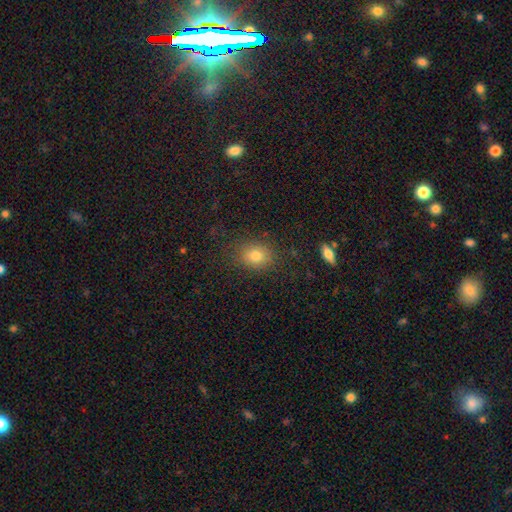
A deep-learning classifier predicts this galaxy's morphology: This is likely a smooth galaxy (79%). How rounded: possibly round (51%). Merging: clearly none (84%).